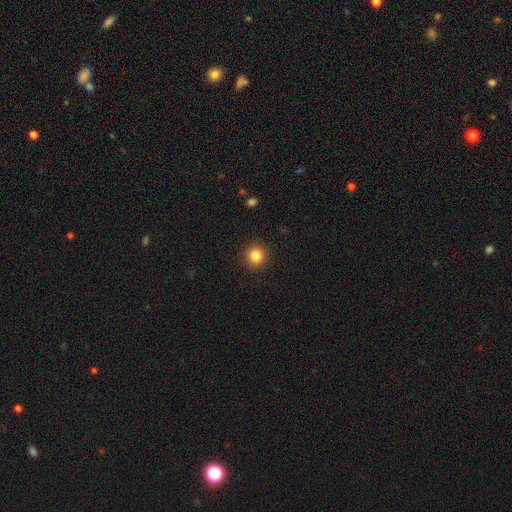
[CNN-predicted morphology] A smooth galaxy with no disk features (84%) that is round (94%). Merging: none (92%).